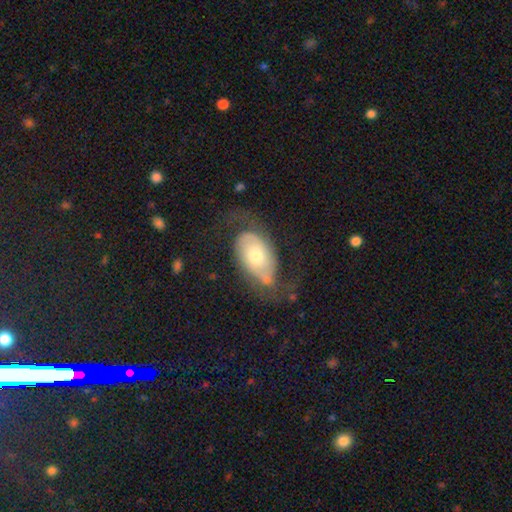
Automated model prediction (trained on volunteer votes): featured or disk 59%, smooth 35%, star or artifact 6%. Down the decision tree: edge-on disk — no (92%); bar — no (73%); spiral arms — yes (73%); bulge size — moderate (63%); merging — none (51%).